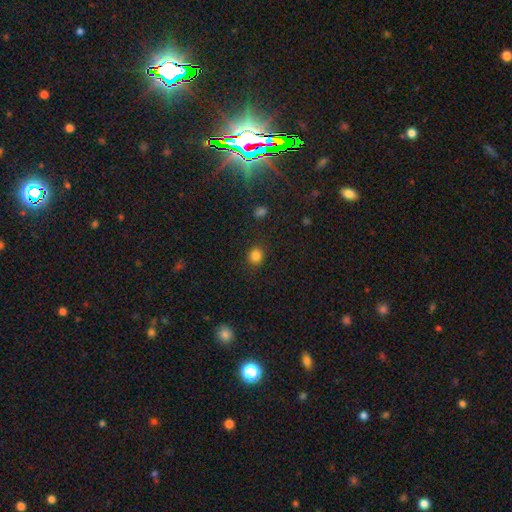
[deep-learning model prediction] A smooth galaxy with no disk features (83%) that is round (80%). Merging: none (87%).